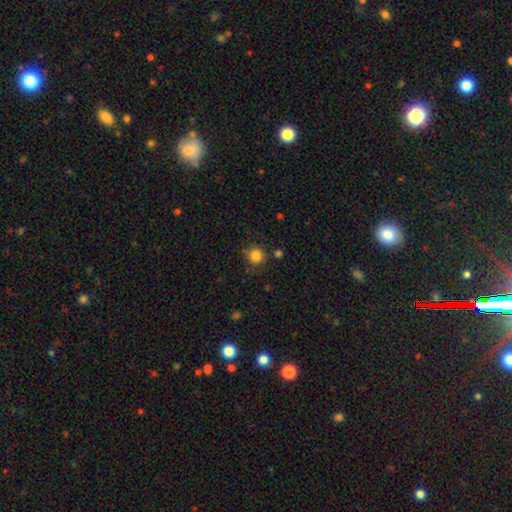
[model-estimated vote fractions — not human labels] Q: Smooth or featured?
A: smooth (84%); runner-up: star or artifact (12%)
Q: How rounded?
A: round (92%); runner-up: in between (7%)
Q: Merging?
A: none (79%); runner-up: minor disturbance (13%)